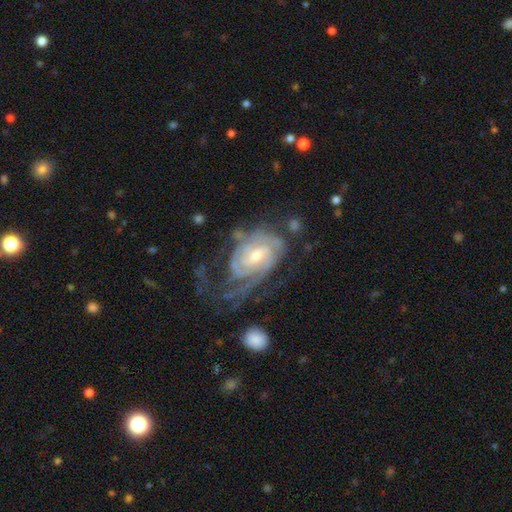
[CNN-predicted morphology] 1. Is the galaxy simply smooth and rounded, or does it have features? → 89% featured or disk, 7% smooth, 5% star or artifact.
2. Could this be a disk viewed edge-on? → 97% no, 3% yes.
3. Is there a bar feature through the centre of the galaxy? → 45% weak, 42% no, 12% strong.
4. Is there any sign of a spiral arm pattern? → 97% yes, 3% no.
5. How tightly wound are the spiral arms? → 67% tight, 26% medium, 7% loose.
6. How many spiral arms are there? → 43% 2, 25% can't tell, 16% 3, 6% 1, 6% 4, 4% more than 4.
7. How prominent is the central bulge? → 57% moderate, 36% small, 4% large, 2% none, 1% dominant.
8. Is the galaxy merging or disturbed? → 43% none, 31% major disturbance, 22% minor disturbance, 4% merger.